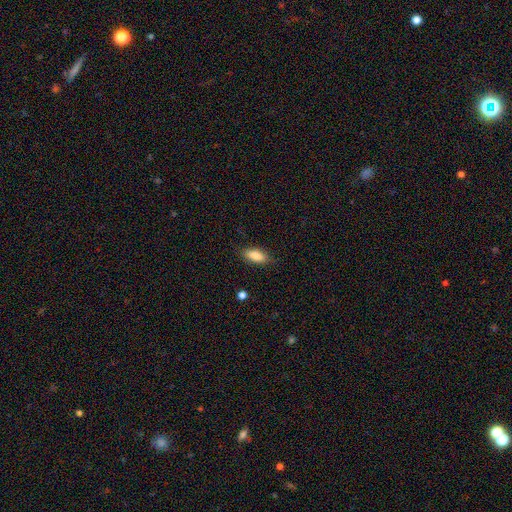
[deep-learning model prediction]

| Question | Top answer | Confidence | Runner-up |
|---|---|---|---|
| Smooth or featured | smooth | 86% | star or artifact (7%) |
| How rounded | in between | 82% | cigar-shaped (16%) |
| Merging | none | 84% | minor disturbance (12%) |